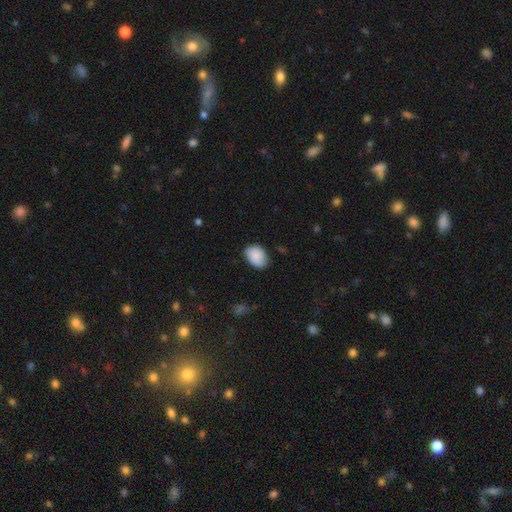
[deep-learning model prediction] Smooth or featured? Predicted: smooth (p=0.87). How rounded? Predicted: in between (p=0.80). Merging? Predicted: none (p=0.74).